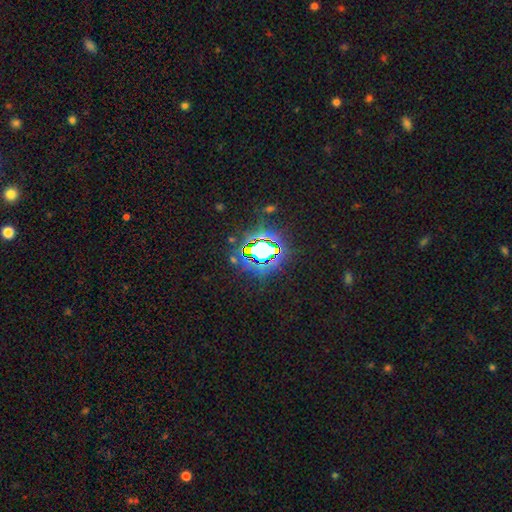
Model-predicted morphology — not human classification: This is likely a star or artifact rather than a galaxy (80%).